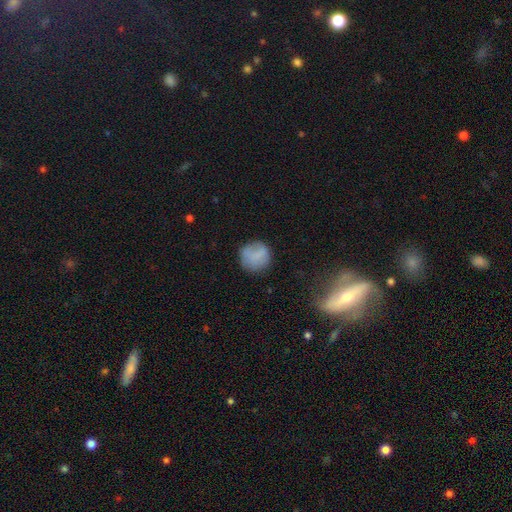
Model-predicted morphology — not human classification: A smooth galaxy with no disk features (79%) that is round (90%). Merging: none (75%).